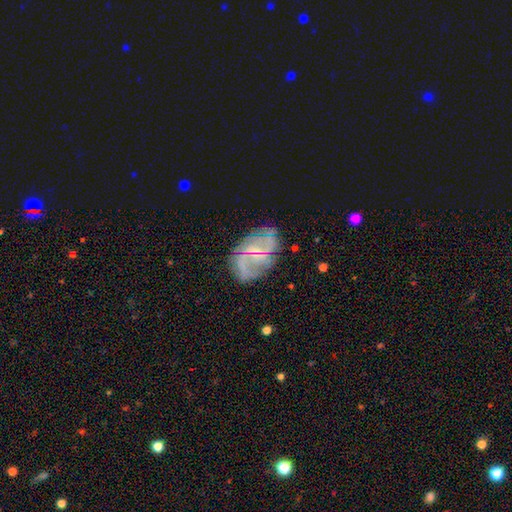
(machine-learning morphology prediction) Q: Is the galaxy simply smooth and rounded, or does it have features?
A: featured or disk — 58%.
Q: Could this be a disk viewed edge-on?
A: no — 95%.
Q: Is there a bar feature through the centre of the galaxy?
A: no — 57%.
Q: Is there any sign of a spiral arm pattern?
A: yes — 82%.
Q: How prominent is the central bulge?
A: small — 58%.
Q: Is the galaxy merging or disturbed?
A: none — 74%.